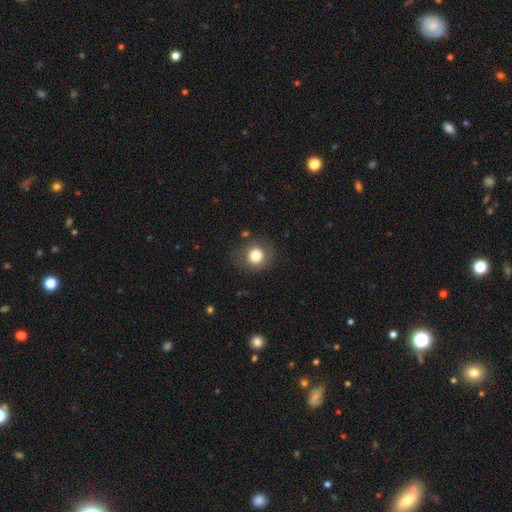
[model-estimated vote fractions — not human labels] smooth-or-featured: smooth: 79% | star or artifact: 11% | featured or disk: 10%
  how-rounded: round: 87% | in between: 12% | cigar-shaped: 1%
  merging: none: 83% | minor disturbance: 11% | major disturbance: 5% | merger: 2%